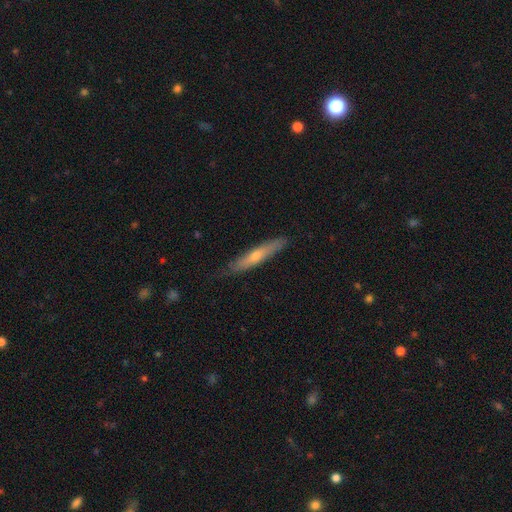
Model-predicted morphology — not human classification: Smooth or featured? Predicted: smooth (p=0.51). How rounded? Predicted: cigar-shaped (p=0.90). Merging? Predicted: none (p=0.80).